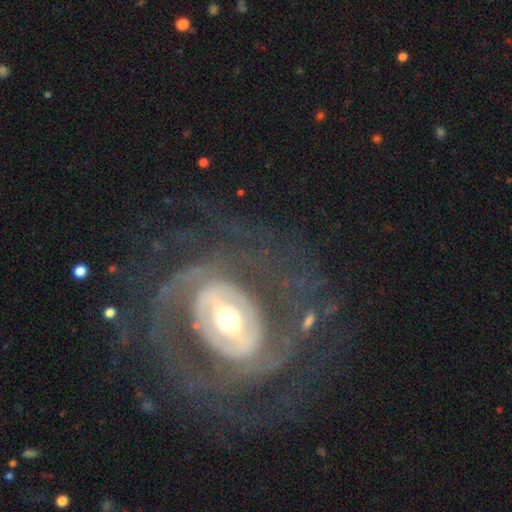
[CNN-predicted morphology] Smooth or featured? featured or disk (87%)
Edge-on disk? no (95%)
Bar? strong (49%)
Spiral arms? yes (85%)
Spiral winding? tight (58%)
Spiral arm count? 2 (33%)
Bulge size? moderate (59%)
Merging? none (69%)